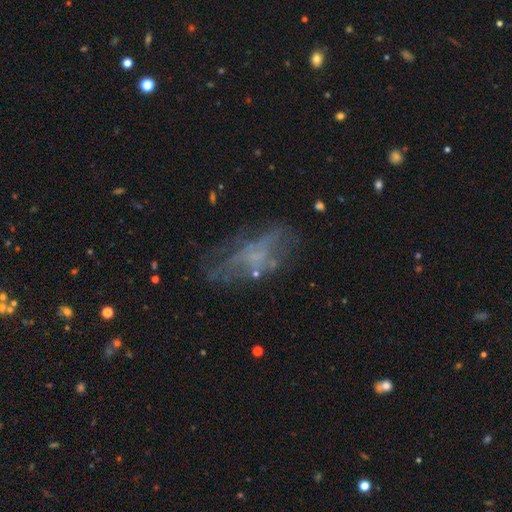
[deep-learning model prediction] This appears to be a featured or disk galaxy (54%). Merging: none (48%).